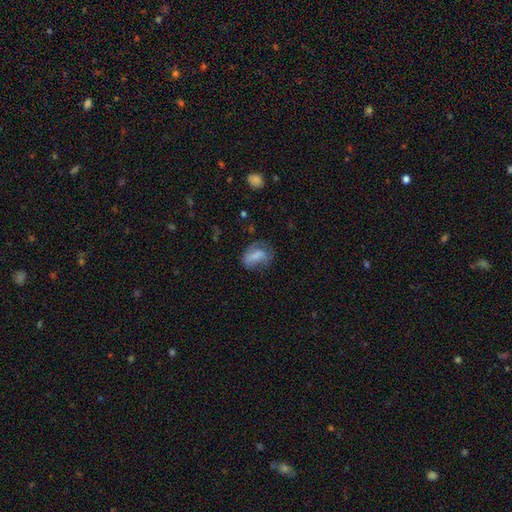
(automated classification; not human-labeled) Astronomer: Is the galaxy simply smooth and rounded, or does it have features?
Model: smooth — 60%.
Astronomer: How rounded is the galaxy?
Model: in between — 79%.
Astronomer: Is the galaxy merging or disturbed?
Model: none — 45% (runner-up: minor disturbance, 29%).